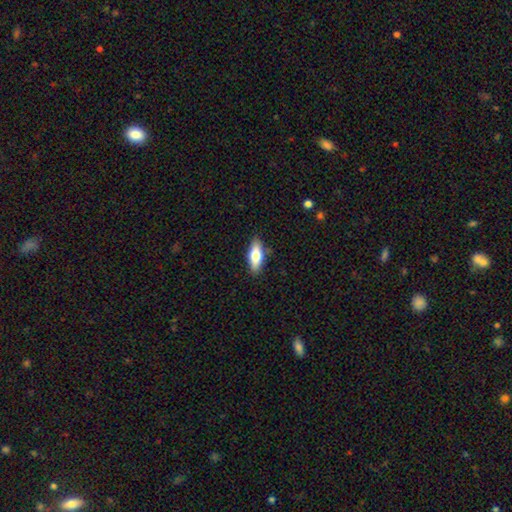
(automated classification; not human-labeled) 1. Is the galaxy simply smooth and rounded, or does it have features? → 68% smooth, 25% featured or disk, 6% star or artifact.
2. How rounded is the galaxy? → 71% in between, 26% cigar-shaped, 3% round.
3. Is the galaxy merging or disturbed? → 87% none, 10% minor disturbance, 2% major disturbance, 1% merger.